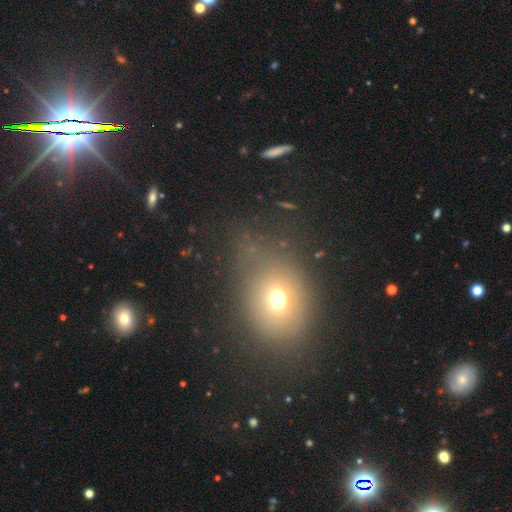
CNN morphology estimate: A smooth galaxy with no disk features (57%) that is in between round and cigar-shaped (54%).

Vote fractions:
- Smooth or featured? smooth: 57% / star or artifact: 27% / featured or disk: 16%
- How rounded? in between: 54% / round: 44% / cigar-shaped: 2%
- Merging? none: 67% / minor disturbance: 19% / major disturbance: 11% / merger: 3%